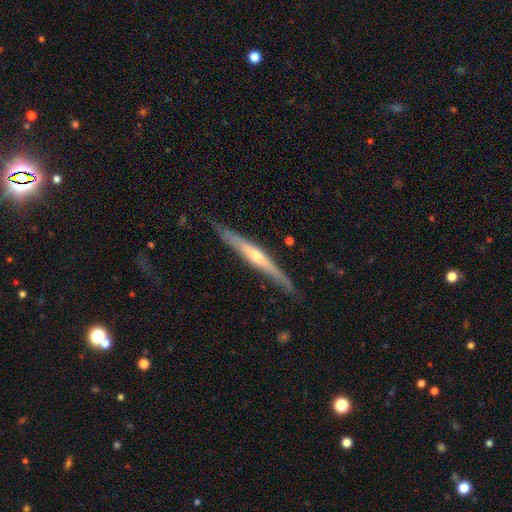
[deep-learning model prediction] smooth_or_featured: featured or disk (p=0.75) [alt: smooth p=0.19]
disk_edge_on: yes (p=0.96) [alt: no p=0.04]
edge_on_bulge: rounded (p=0.76) [alt: none p=0.20]
merging: none (p=0.82) [alt: minor disturbance p=0.14]